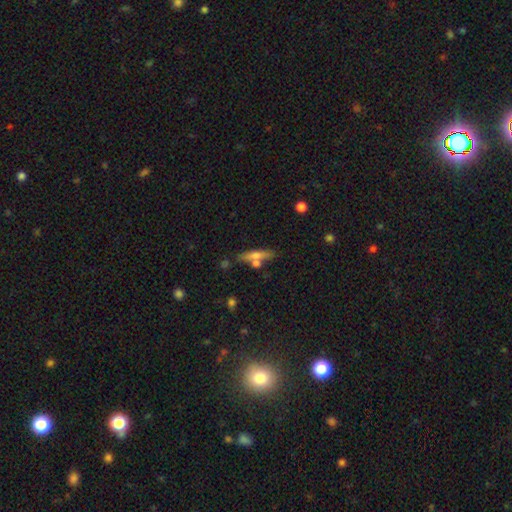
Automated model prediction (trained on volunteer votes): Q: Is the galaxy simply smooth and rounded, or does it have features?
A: smooth — 53%.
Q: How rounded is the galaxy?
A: cigar-shaped — 82%.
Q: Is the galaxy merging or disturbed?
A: none — 68%.